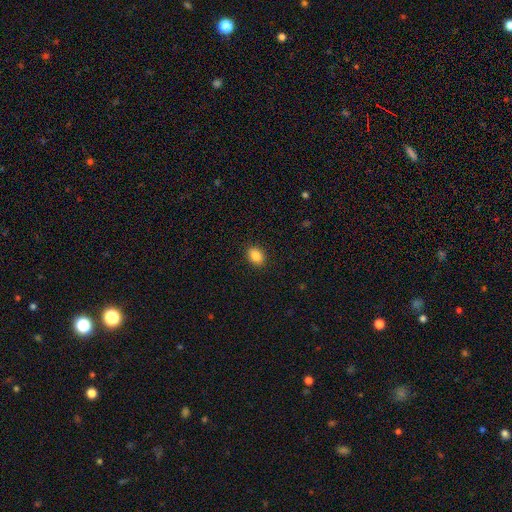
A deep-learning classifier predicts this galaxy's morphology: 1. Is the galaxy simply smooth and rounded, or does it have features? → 87% smooth, 9% star or artifact, 5% featured or disk.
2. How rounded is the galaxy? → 70% in between, 29% round, 1% cigar-shaped.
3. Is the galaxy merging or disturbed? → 90% none, 7% minor disturbance, 2% major disturbance, 1% merger.